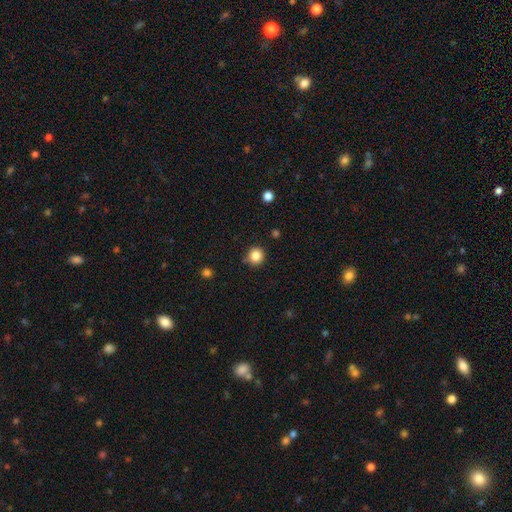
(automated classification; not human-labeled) Smooth or featured: smooth — 84% (star or artifact — 11%)
How rounded: round — 92% (in between — 7%)
Merging: none — 84% (minor disturbance — 10%)